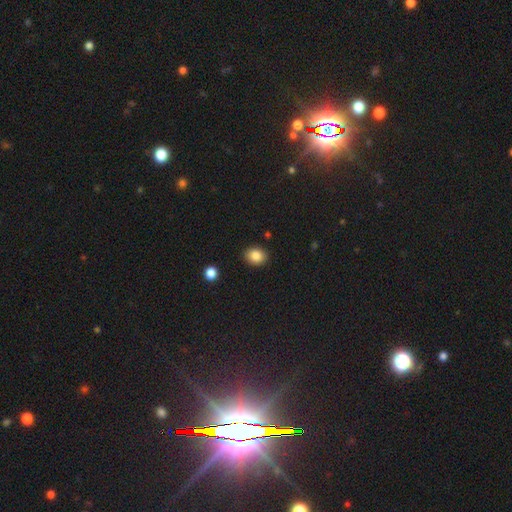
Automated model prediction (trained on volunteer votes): smooth_or_featured: smooth (p=0.86) [alt: star or artifact p=0.10]
how_rounded: round (p=0.51) [alt: in between p=0.48]
merging: none (p=0.88) [alt: minor disturbance p=0.08]